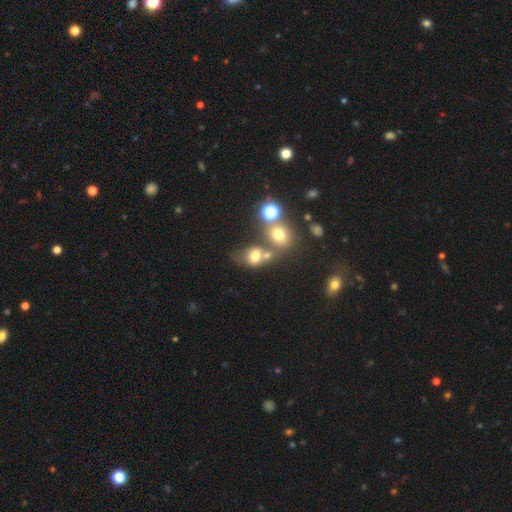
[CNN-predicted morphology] Smooth or featured? smooth (66%)
How rounded? round (55%)
Merging? merger (40%)